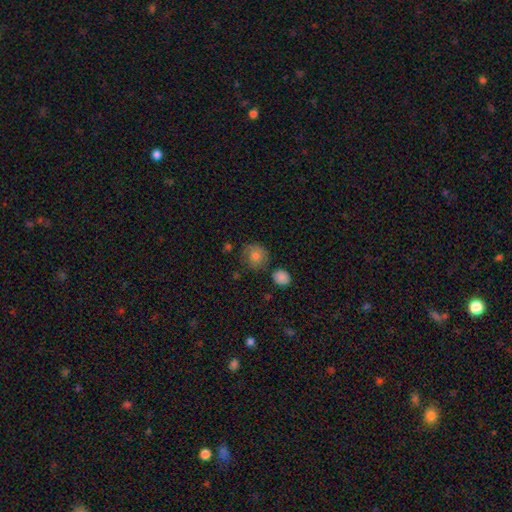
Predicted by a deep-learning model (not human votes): This is likely a smooth galaxy (71%). How rounded: clearly round (83%). Merging: likely none (66%).